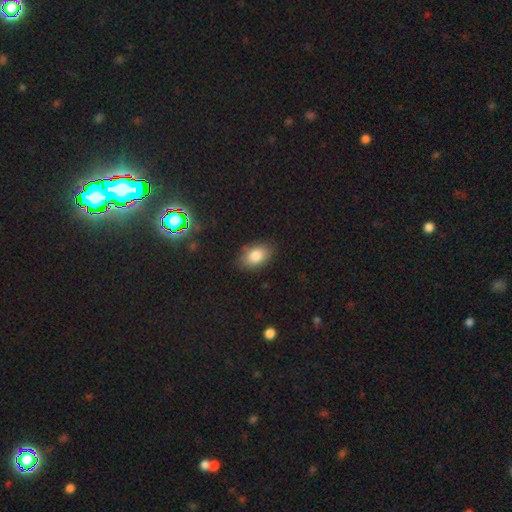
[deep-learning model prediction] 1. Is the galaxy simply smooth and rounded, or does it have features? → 83% smooth, 9% star or artifact, 8% featured or disk.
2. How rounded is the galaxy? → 88% in between, 11% round, 2% cigar-shaped.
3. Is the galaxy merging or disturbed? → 83% none, 13% minor disturbance, 3% major disturbance, 1% merger.